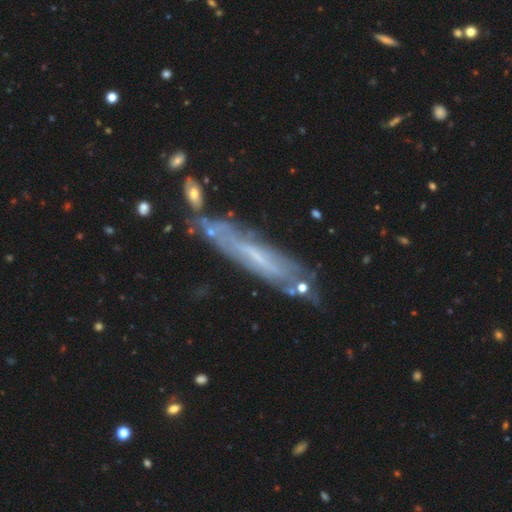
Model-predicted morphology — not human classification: type=featured or disk (64%); edge-on=yes (59%); merging=none (69%).